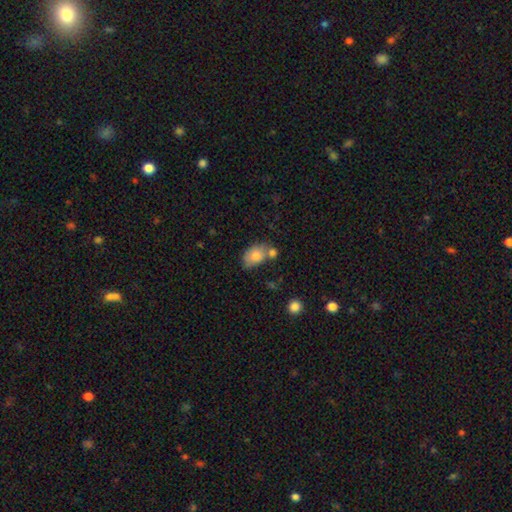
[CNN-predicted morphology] Smooth or featured? smooth (79%)
How rounded? in between (82%)
Merging? none (46%)